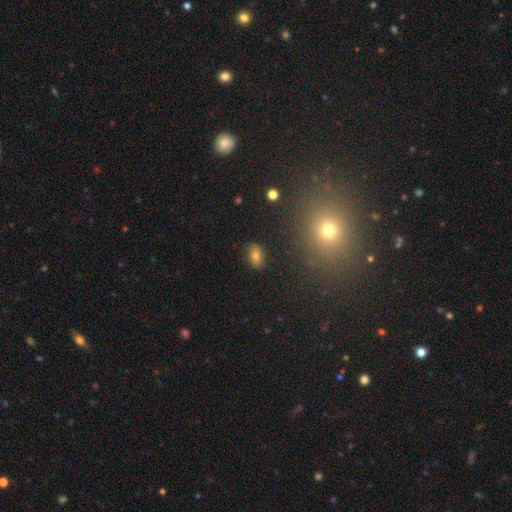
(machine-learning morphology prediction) Q: Smooth or featured?
A: smooth (70%); runner-up: featured or disk (16%)
Q: How rounded?
A: in between (83%); runner-up: round (15%)
Q: Merging?
A: none (83%); runner-up: minor disturbance (12%)